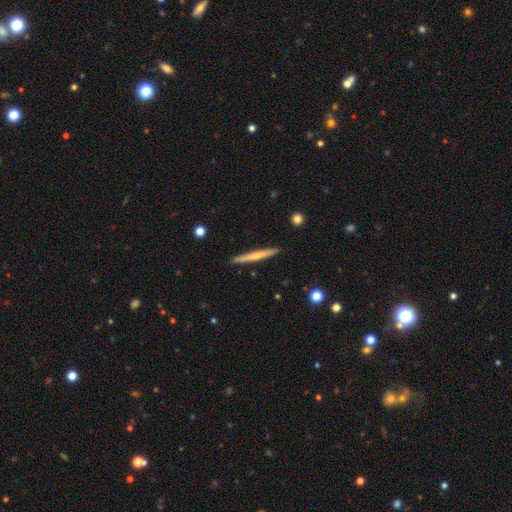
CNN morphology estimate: Smooth or featured? Predicted: featured or disk (p=0.50). Merging? Predicted: none (p=0.91).